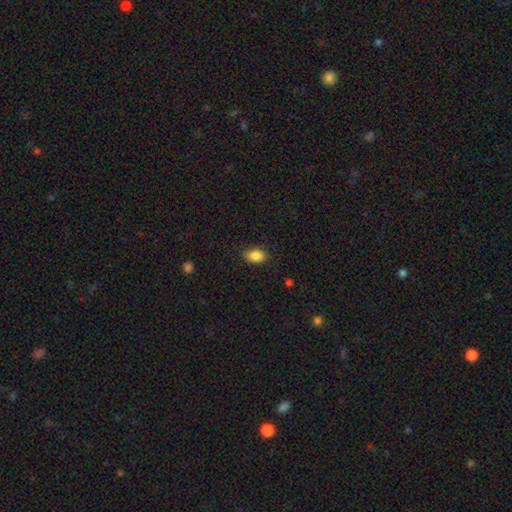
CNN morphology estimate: smooth 86%, star or artifact 9%, featured or disk 5%. Down the decision tree: how rounded — in between (82%); merging — none (84%).